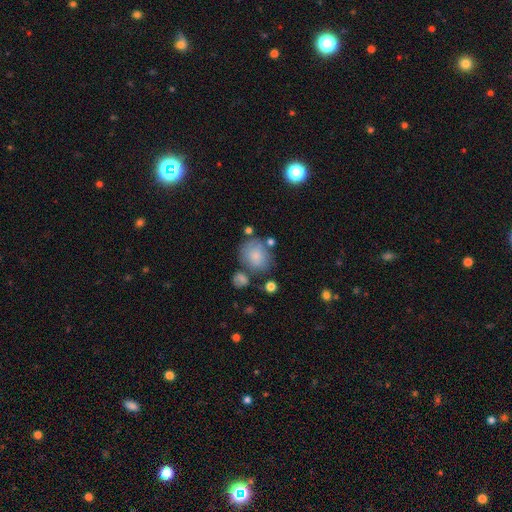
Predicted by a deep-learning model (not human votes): Smooth or featured: smooth — 74% (featured or disk — 18%)
How rounded: round — 68% (in between — 31%)
Merging: none — 57% (minor disturbance — 21%)